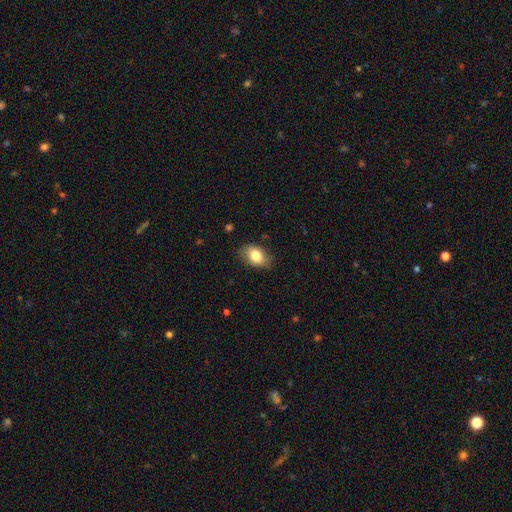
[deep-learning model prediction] Smooth or featured? smooth (81%)
How rounded? in between (82%)
Merging? none (81%)